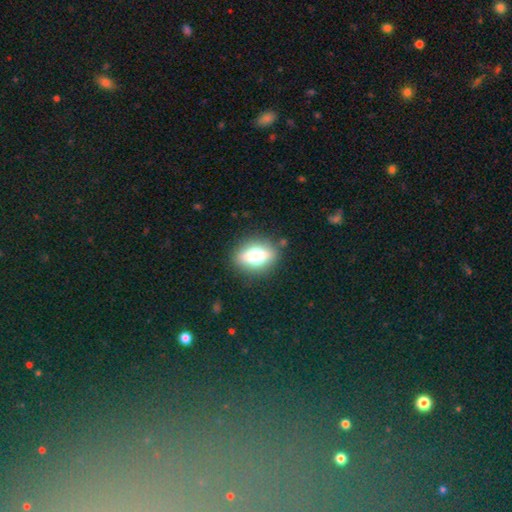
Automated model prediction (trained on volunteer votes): Smooth or featured?
  - smooth: 57% *
  - featured or disk: 32%
  - star or artifact: 11%
How rounded?
  - in between: 60% *
  - round: 33%
  - cigar-shaped: 7%
Merging?
  - none: 84% *
  - minor disturbance: 10%
  - major disturbance: 4%
  - merger: 2%